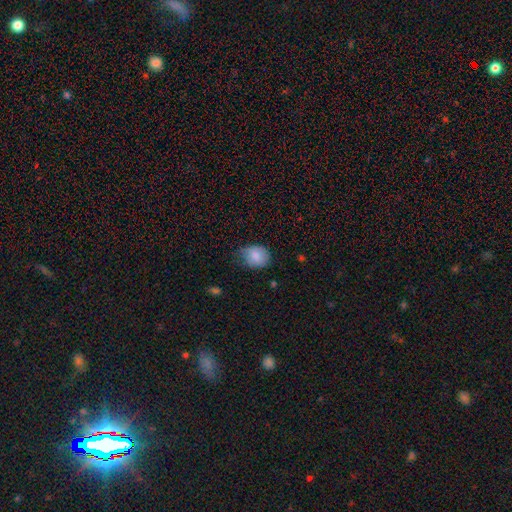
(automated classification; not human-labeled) A smooth galaxy with no disk features (84%) that is round (53%). Merging: none (57%).